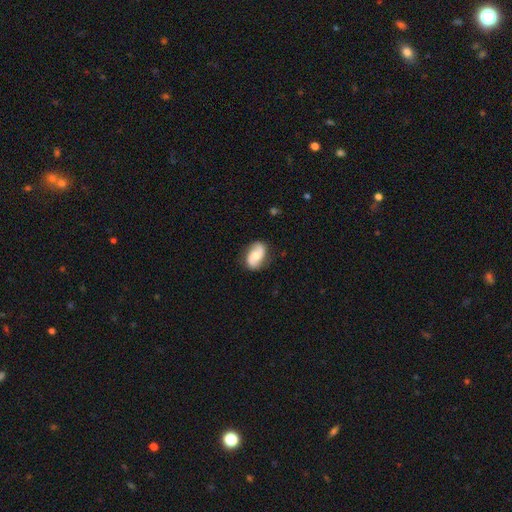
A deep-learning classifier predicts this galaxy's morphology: A featured or disk galaxy (66%) with no bar (62%), 2 (90%) loose (43%) spiral arms (91%) and a moderate central bulge (63%).

Vote fractions:
- Smooth or featured? featured or disk: 66% / smooth: 28% / star or artifact: 6%
- Edge-on disk? no: 97% / yes: 3%
- Bar? no: 62% / weak: 30% / strong: 8%
- Spiral arms? yes: 91% / no: 9%
- Spiral winding? loose: 43% / medium: 38% / tight: 19%
- Spiral arm count? 2: 90% / can't tell: 5% / 1: 2% / 3: 1% / 4: 1% / more than 4: 1%
- Bulge size? moderate: 63% / small: 26% / large: 7% / none: 2% / dominant: 1%
- Merging? none: 81% / minor disturbance: 14% / major disturbance: 4% / merger: 1%